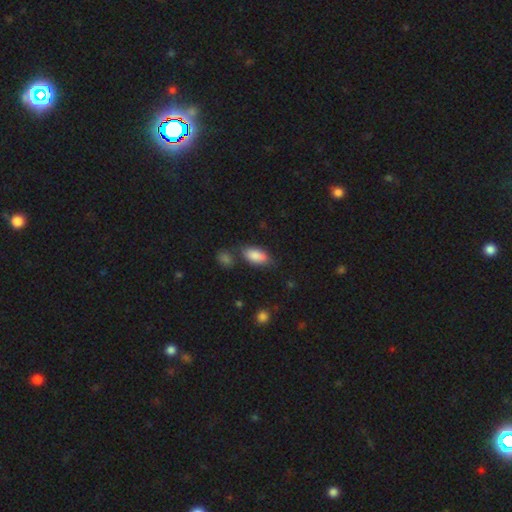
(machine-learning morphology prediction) Smooth or featured? smooth (85%)
How rounded? in between (89%)
Merging? none (65%)